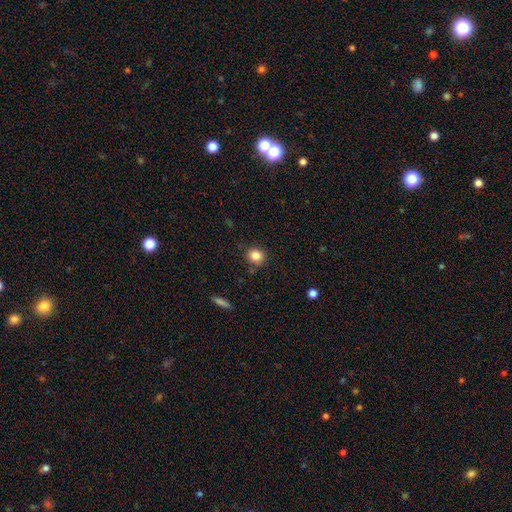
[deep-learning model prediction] This appears to be a smooth galaxy with no disk features (83%) that is round (83%). Merging: none (80%).